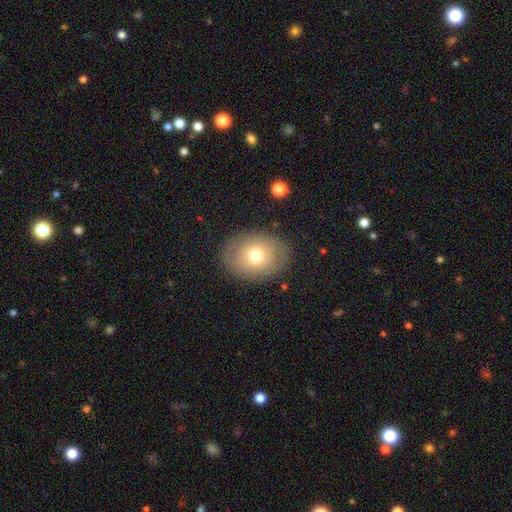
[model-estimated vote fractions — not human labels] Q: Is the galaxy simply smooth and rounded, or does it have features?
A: smooth — 71%.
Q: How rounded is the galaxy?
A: in between — 60%.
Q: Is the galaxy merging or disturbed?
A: none — 84%.